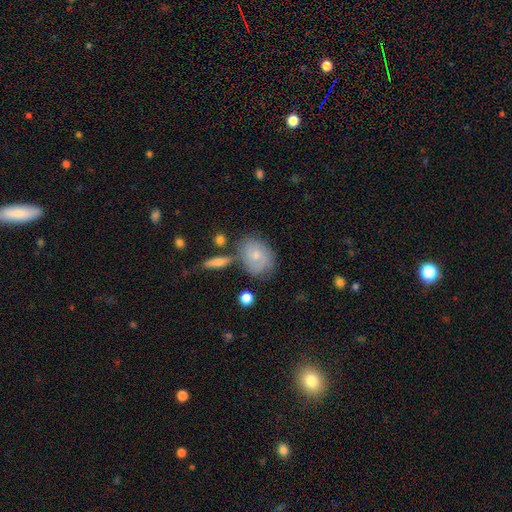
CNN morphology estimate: Smooth or featured? smooth (59%)
How rounded? in between (59%)
Merging? none (57%)